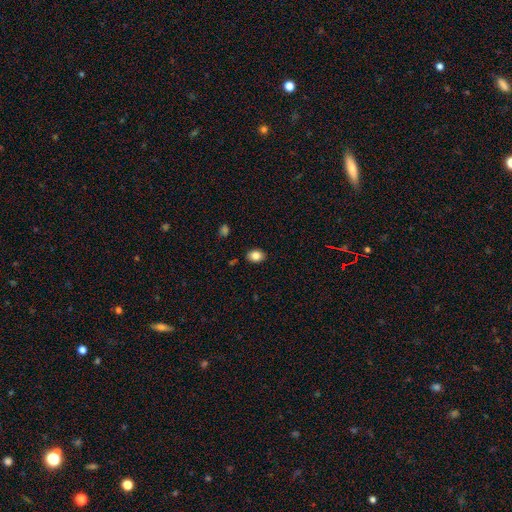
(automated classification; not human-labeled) Smooth or featured: smooth — 84% (star or artifact — 9%)
How rounded: in between — 68% (round — 31%)
Merging: none — 87% (minor disturbance — 9%)